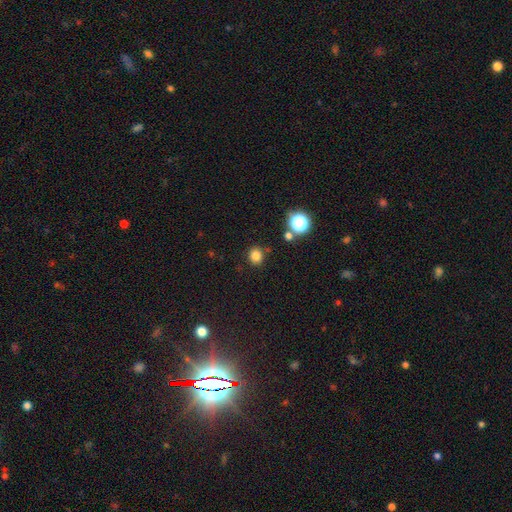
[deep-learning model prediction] The model was most divided on "how rounded": round: 82%, in between: 17%, cigar-shaped: 1%. More confident: merging — none (85%); smooth or featured — smooth (81%).